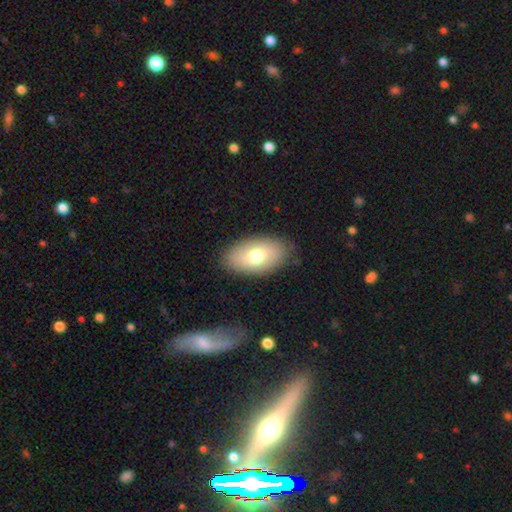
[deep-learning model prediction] Q: Smooth or featured?
A: smooth (71%); runner-up: featured or disk (21%)
Q: How rounded?
A: in between (93%); runner-up: round (6%)
Q: Merging?
A: none (85%); runner-up: minor disturbance (11%)